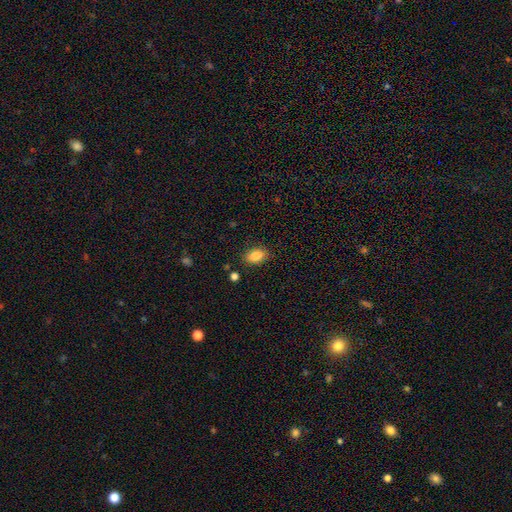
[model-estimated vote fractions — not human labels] Smooth or featured?
  - smooth: 84% *
  - star or artifact: 8%
  - featured or disk: 7%
How rounded?
  - in between: 88% *
  - round: 9%
  - cigar-shaped: 3%
Merging?
  - none: 86% *
  - minor disturbance: 9%
  - major disturbance: 2%
  - merger: 2%